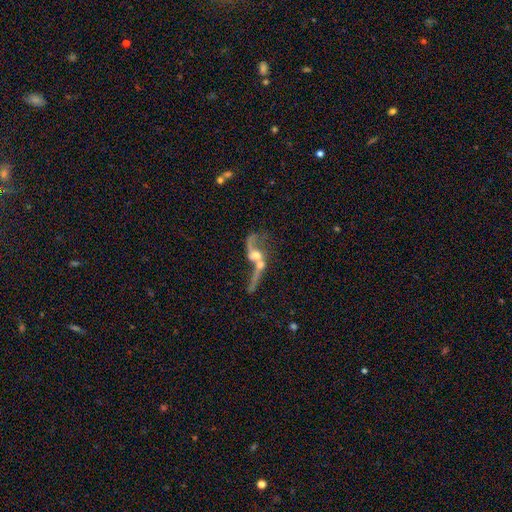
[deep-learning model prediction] This is likely a featured or disk galaxy (66%). It is clearly not viewed edge-on (89%). Bar: likely no (71%). Spiral arm pattern: likely yes (62%). Central bulge: possibly moderate (47%). Merging: likely merger (63%).